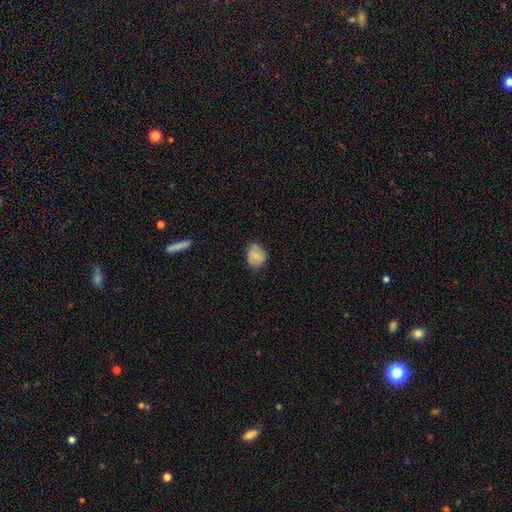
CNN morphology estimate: This is likely a smooth galaxy (78%). How rounded: possibly in between (56%). Merging: likely none (68%).